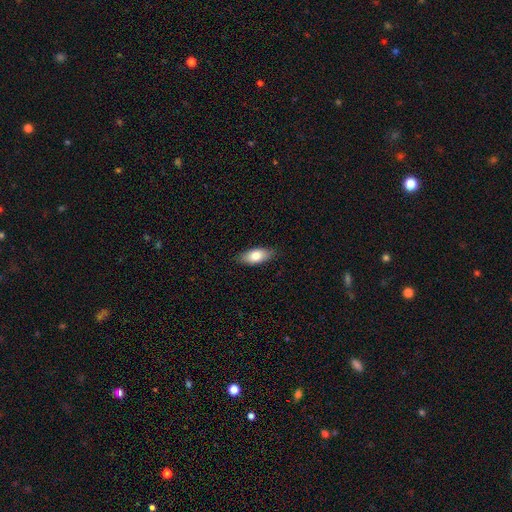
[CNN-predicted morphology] A smooth galaxy with no disk features (78%) that is in between round and cigar-shaped (86%).

Vote fractions:
- Smooth or featured? smooth: 78% / featured or disk: 16% / star or artifact: 6%
- How rounded? in between: 86% / cigar-shaped: 11% / round: 3%
- Merging? none: 85% / minor disturbance: 12% / major disturbance: 2% / merger: 1%